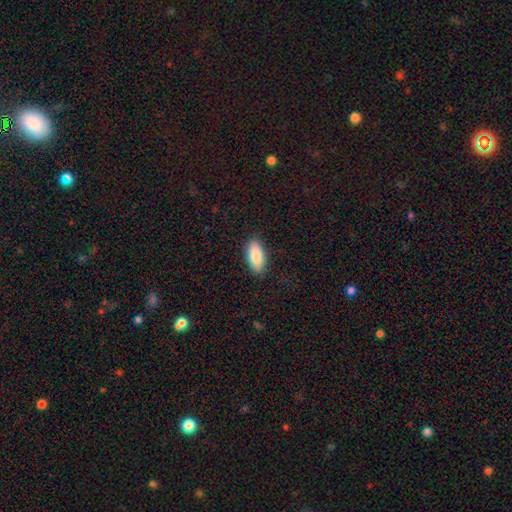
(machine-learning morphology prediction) A smooth galaxy with no disk features (85%) that is in between round and cigar-shaped (84%). Merging: none (88%).